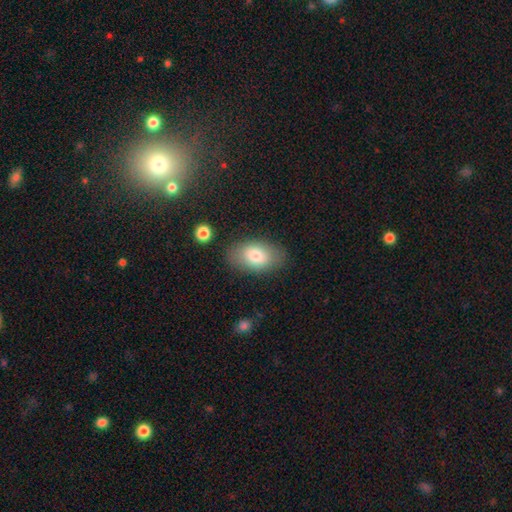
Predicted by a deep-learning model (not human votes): smooth 79%, featured or disk 14%, star or artifact 7%. Down the decision tree: how rounded — in between (91%); merging — none (81%).